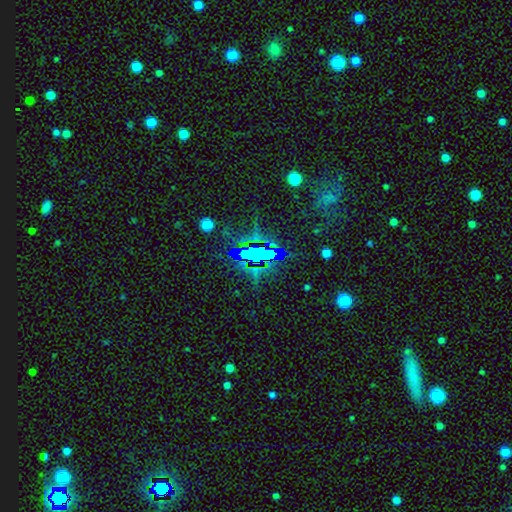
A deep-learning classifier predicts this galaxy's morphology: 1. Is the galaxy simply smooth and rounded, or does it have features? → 71% star or artifact, 16% smooth, 13% featured or disk.